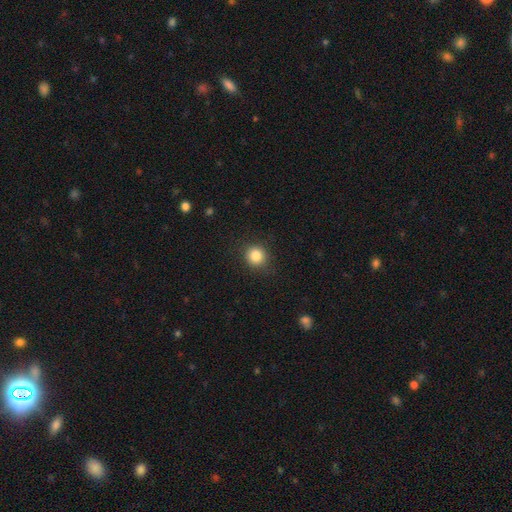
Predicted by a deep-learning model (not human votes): Smooth or featured?
  - smooth: 85% *
  - star or artifact: 11%
  - featured or disk: 5%
How rounded?
  - round: 88% *
  - in between: 11%
  - cigar-shaped: 1%
Merging?
  - none: 88% *
  - minor disturbance: 9%
  - major disturbance: 3%
  - merger: 1%